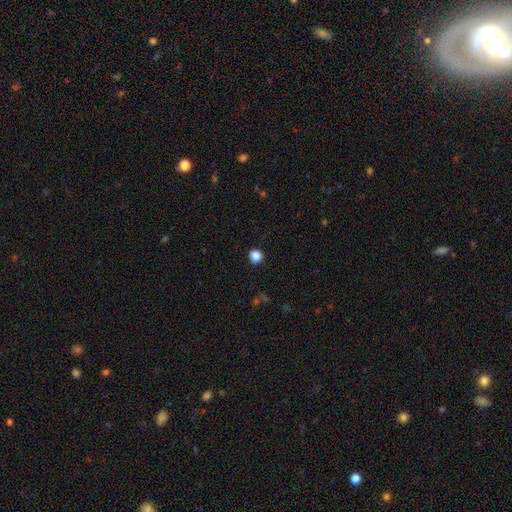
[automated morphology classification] This appears to be a smooth galaxy with no disk features (86%) that is round (84%). Merging: none (88%).